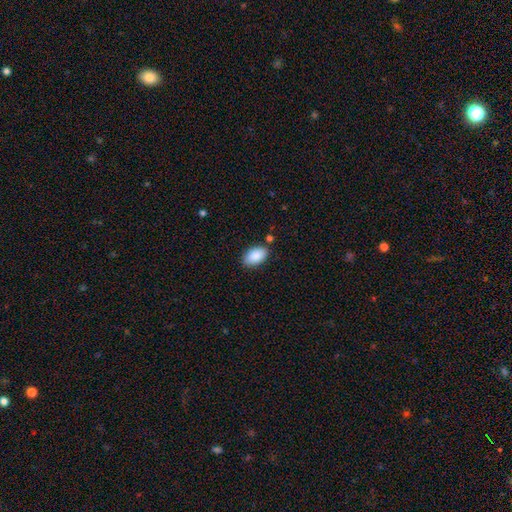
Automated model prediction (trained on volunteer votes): Smooth or featured? Predicted: smooth (p=0.89). How rounded? Predicted: in between (p=0.94). Merging? Predicted: none (p=0.82).